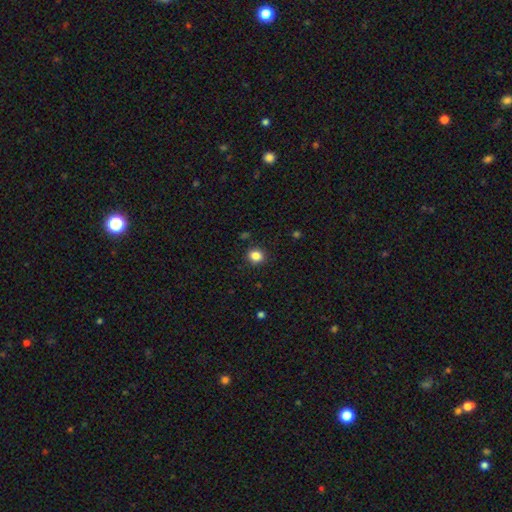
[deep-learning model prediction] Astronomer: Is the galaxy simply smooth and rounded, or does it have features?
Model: smooth — 84%.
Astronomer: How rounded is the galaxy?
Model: round — 75%.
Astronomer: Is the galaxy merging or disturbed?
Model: none — 90%.